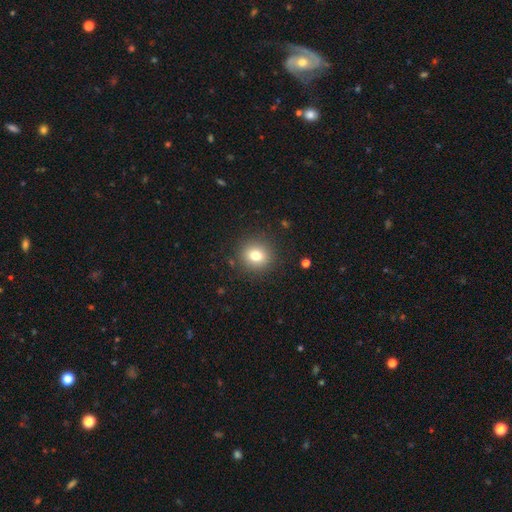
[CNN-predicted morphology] The model was most divided on "smooth or featured": smooth: 79%, star or artifact: 12%, featured or disk: 10%. More confident: merging — none (89%); how rounded — round (85%).